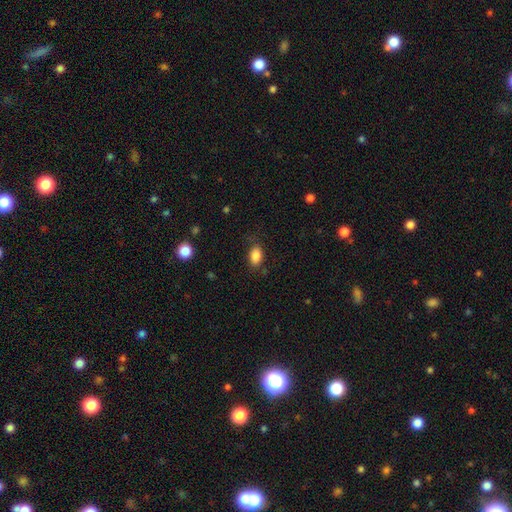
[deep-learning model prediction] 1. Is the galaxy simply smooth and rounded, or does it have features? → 85% smooth, 9% star or artifact, 6% featured or disk.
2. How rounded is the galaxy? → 87% in between, 11% round, 2% cigar-shaped.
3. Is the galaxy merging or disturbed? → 76% none, 17% minor disturbance, 5% major disturbance, 2% merger.